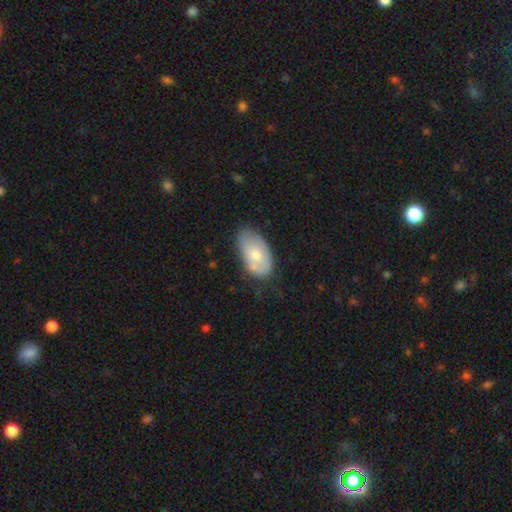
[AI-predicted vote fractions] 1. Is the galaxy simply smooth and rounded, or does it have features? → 64% smooth, 29% featured or disk, 6% star or artifact.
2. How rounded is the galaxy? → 93% in between, 6% round, 2% cigar-shaped.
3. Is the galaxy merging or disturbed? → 58% none, 30% minor disturbance, 7% major disturbance, 6% merger.